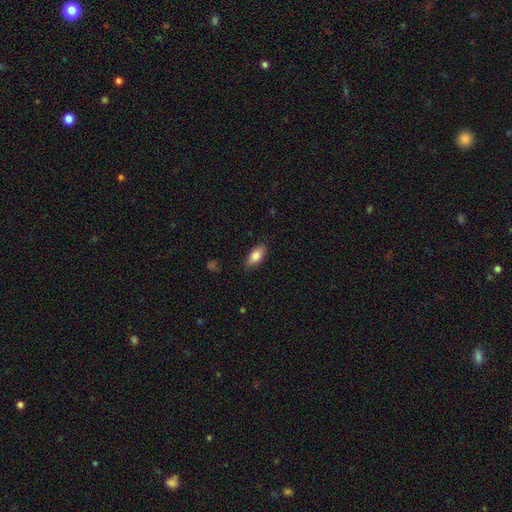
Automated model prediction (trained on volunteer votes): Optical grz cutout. It shows a smooth galaxy with no disk features (83%) that is in between round and cigar-shaped (87%). Merging: none (86%).